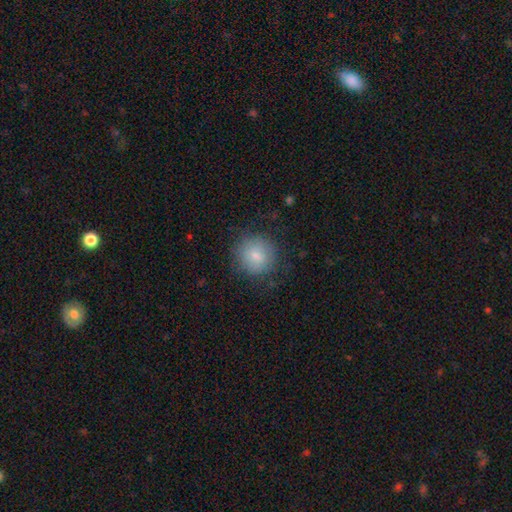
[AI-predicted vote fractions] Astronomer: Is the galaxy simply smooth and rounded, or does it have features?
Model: smooth — 78%.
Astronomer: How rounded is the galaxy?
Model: round — 90%.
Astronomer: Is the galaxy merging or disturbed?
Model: none — 81%.